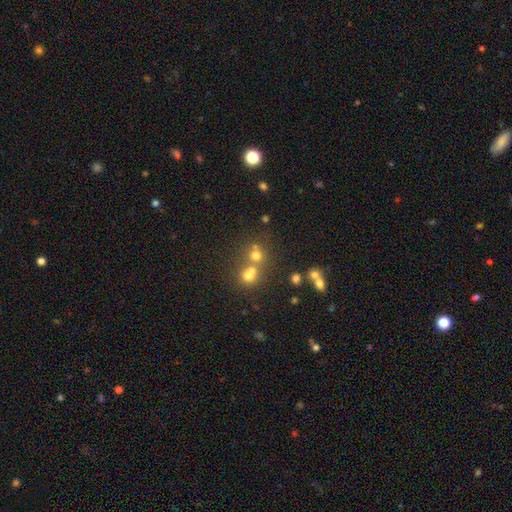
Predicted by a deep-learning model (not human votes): smooth 57%, star or artifact 28%, featured or disk 14%. Down the decision tree: how rounded — round (81%); merging — merger (49%).